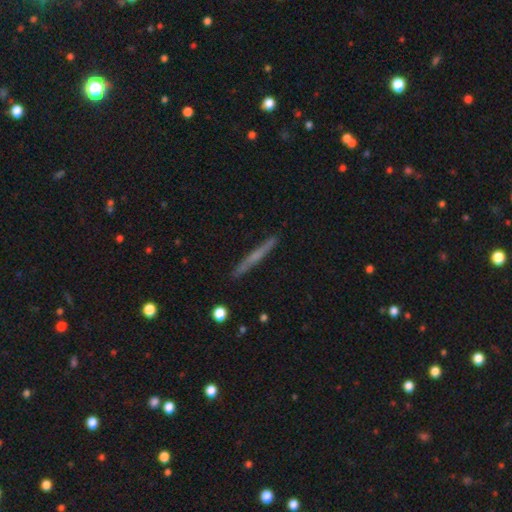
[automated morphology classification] Smooth or featured?
  - featured or disk: 50% *
  - smooth: 43%
  - star or artifact: 7%
Edge-on disk?
  - yes: 97% *
  - no: 3%
Merging?
  - none: 91% *
  - minor disturbance: 7%
  - major disturbance: 1%
  - merger: 1%